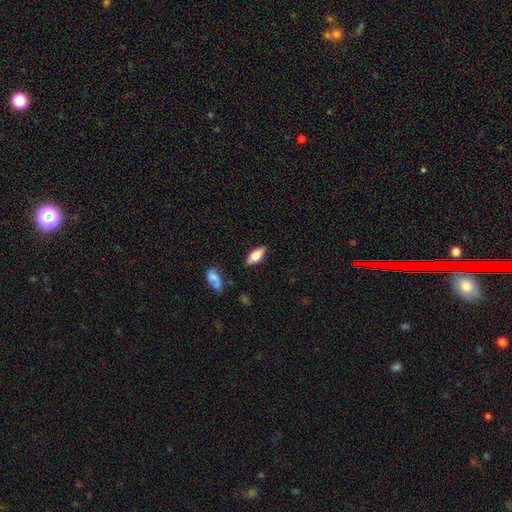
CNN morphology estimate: This is likely a smooth galaxy (61%). How rounded: likely in between (79%). Merging: clearly none (82%).